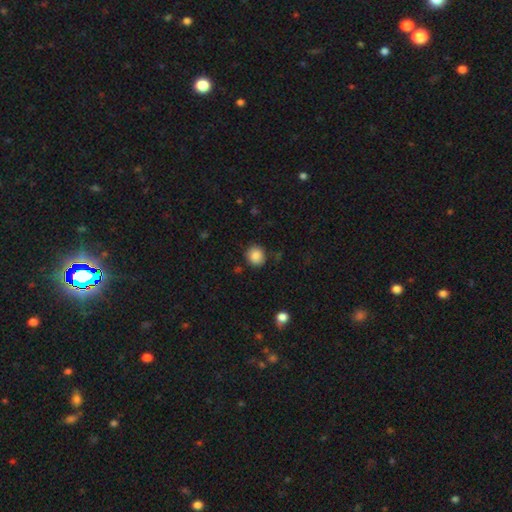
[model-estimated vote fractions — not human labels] Smooth or featured?
  - smooth: 86% *
  - star or artifact: 9%
  - featured or disk: 5%
How rounded?
  - round: 88% *
  - in between: 11%
  - cigar-shaped: 1%
Merging?
  - none: 85% *
  - minor disturbance: 10%
  - major disturbance: 3%
  - merger: 2%